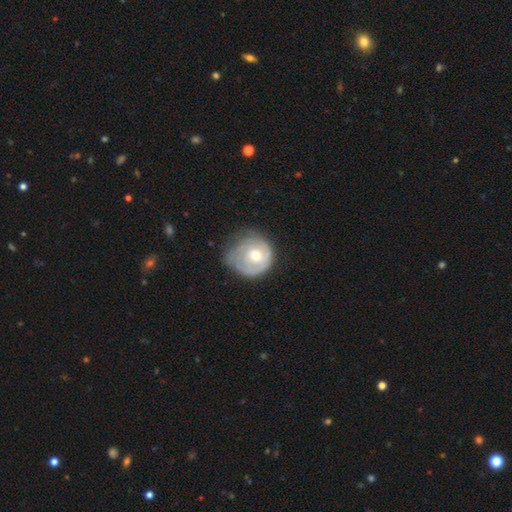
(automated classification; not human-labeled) featured or disk 55%, smooth 39%, star or artifact 6%. Down the decision tree: edge-on disk — no (97%); bar — no (76%); spiral arms — yes (70%); bulge size — moderate (64%); merging — none (44%).